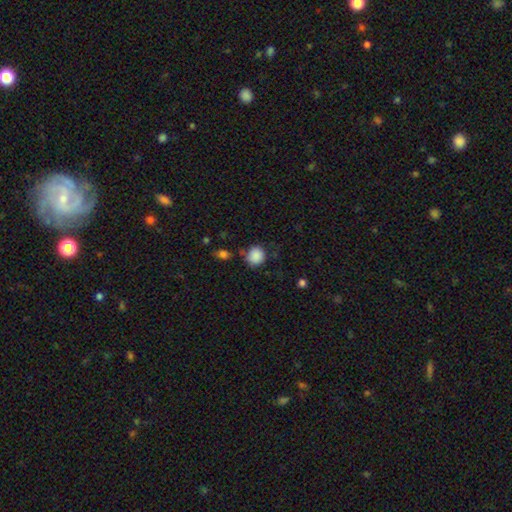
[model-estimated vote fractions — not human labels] Q: Smooth or featured?
A: smooth (88%); runner-up: star or artifact (9%)
Q: How rounded?
A: round (87%); runner-up: in between (12%)
Q: Merging?
A: none (73%); runner-up: minor disturbance (16%)